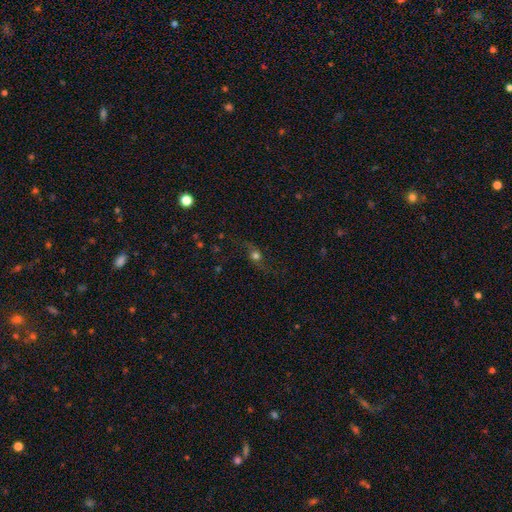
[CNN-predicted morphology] A featured or disk galaxy (46%). Merging: none (70%).